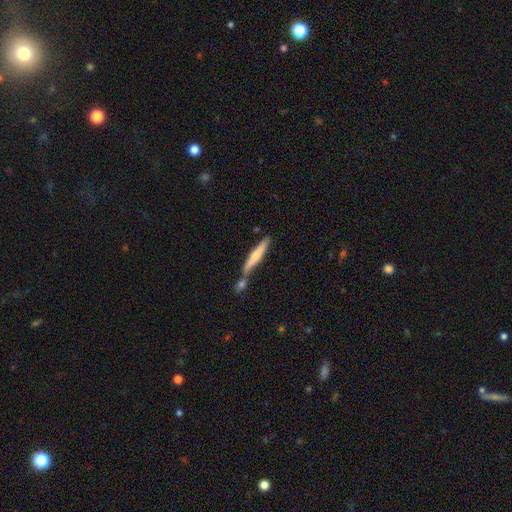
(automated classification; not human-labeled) smooth 50%, featured or disk 44%, star or artifact 6%. Down the decision tree: how rounded — cigar-shaped (91%); merging — none (46%).